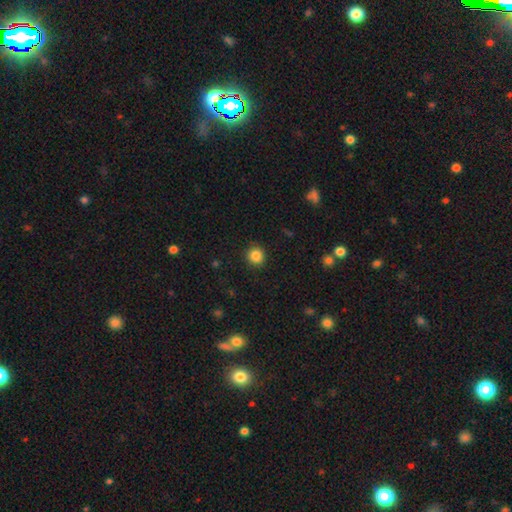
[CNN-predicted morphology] smooth-or-featured: smooth: 86% | star or artifact: 10% | featured or disk: 4%
  how-rounded: round: 91% | in between: 8% | cigar-shaped: 1%
  merging: none: 90% | minor disturbance: 6% | major disturbance: 2% | merger: 1%